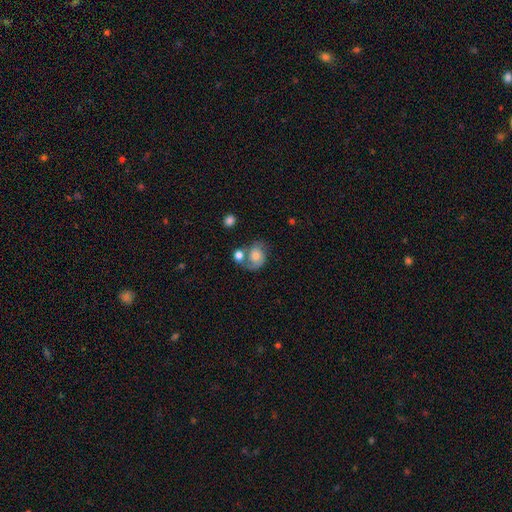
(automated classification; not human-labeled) Morphology: type=smooth (49%); merging=none (36%).